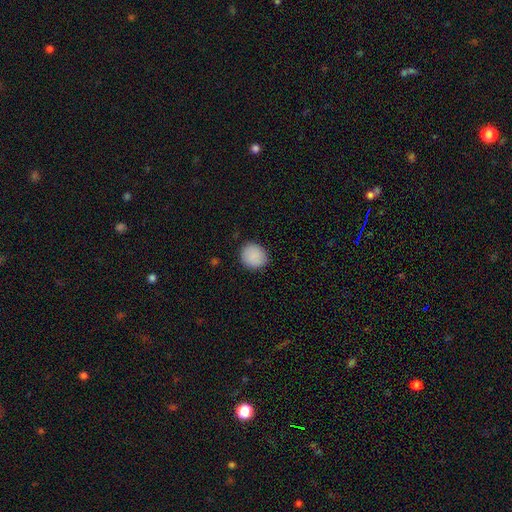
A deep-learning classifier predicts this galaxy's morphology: A smooth galaxy with no disk features (88%) that is round (85%).

Vote fractions:
- Smooth or featured? smooth: 88% / star or artifact: 7% / featured or disk: 4%
- How rounded? round: 85% / in between: 15% / cigar-shaped: 1%
- Merging? none: 87% / minor disturbance: 10% / major disturbance: 2% / merger: 1%